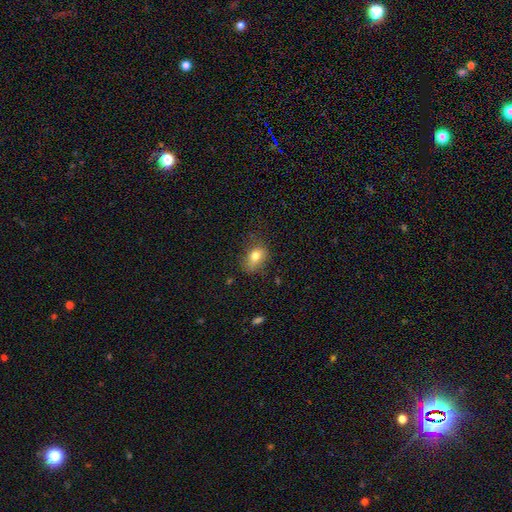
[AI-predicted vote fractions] The model was most divided on "merging": none: 64%, minor disturbance: 25%, major disturbance: 9%, merger: 2%. More confident: smooth or featured — smooth (76%); how rounded — in between (73%).